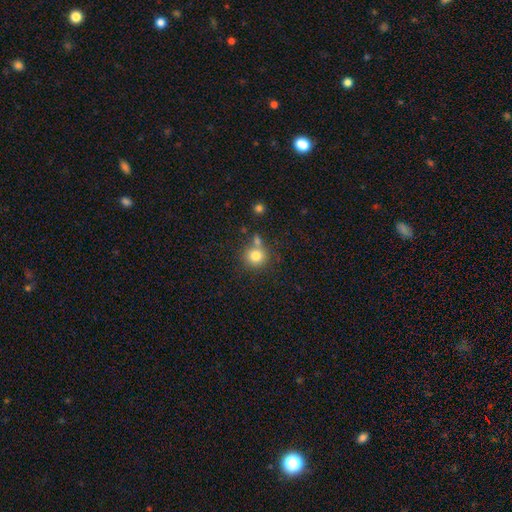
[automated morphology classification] This appears to be a smooth galaxy with no disk features (80%) that is round (90%). Merging: none (64%).